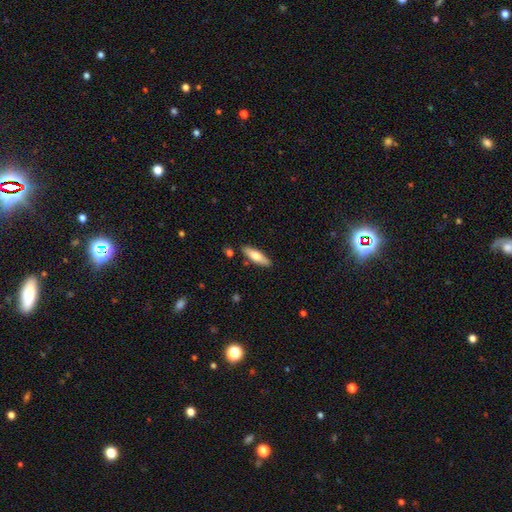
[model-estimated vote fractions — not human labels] A smooth galaxy with no disk features (66%) that is cigar-shaped (55%).

Vote fractions:
- Smooth or featured? smooth: 66% / featured or disk: 28% / star or artifact: 6%
- How rounded? cigar-shaped: 55% / in between: 43% / round: 2%
- Merging? none: 86% / minor disturbance: 9% / merger: 3% / major disturbance: 2%